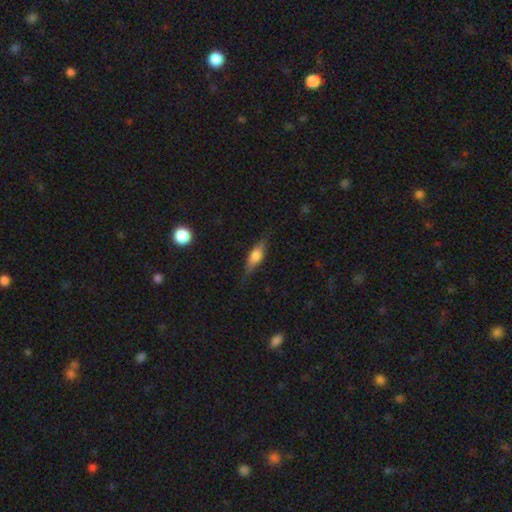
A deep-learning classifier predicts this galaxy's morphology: This is possibly a smooth galaxy (50%). Merging: likely none (80%).